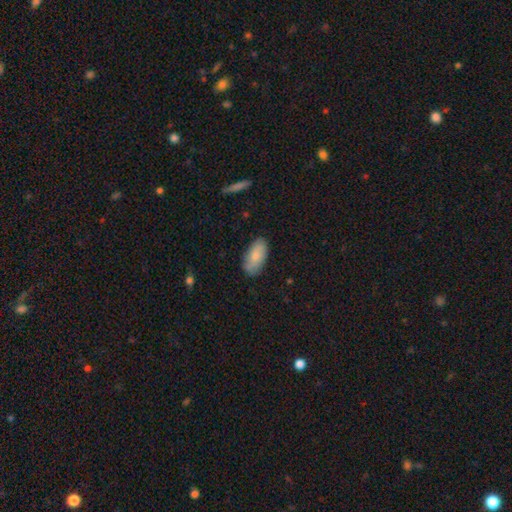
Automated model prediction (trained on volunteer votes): Q: Smooth or featured?
A: smooth (79%); runner-up: featured or disk (16%)
Q: How rounded?
A: in between (92%); runner-up: cigar-shaped (6%)
Q: Merging?
A: none (79%); runner-up: minor disturbance (16%)